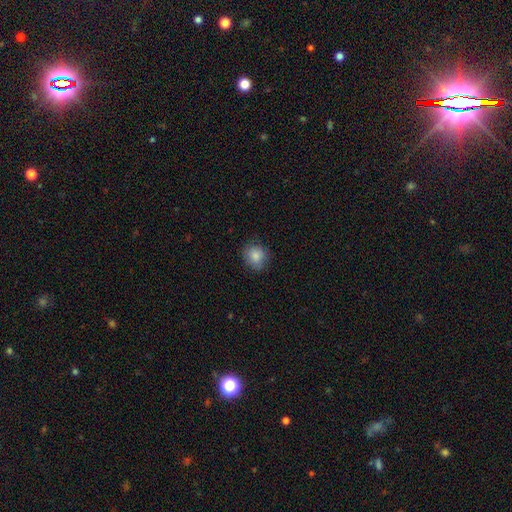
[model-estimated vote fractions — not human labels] Smooth or featured? Predicted: smooth (p=0.84). How rounded? Predicted: round (p=0.84). Merging? Predicted: none (p=0.81).